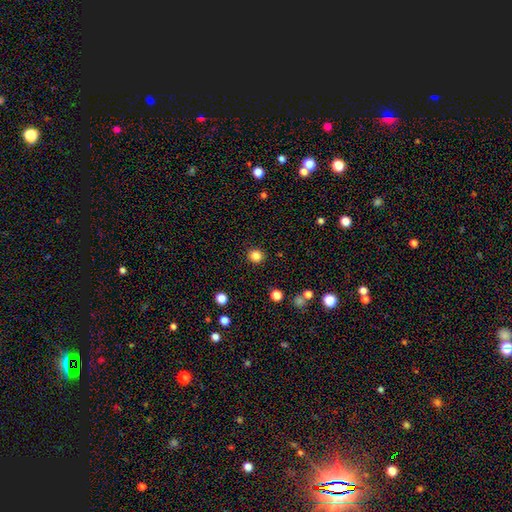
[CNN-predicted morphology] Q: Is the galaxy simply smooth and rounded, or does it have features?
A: smooth — 84%.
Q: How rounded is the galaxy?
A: round — 87%.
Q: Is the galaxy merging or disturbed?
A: none — 91%.